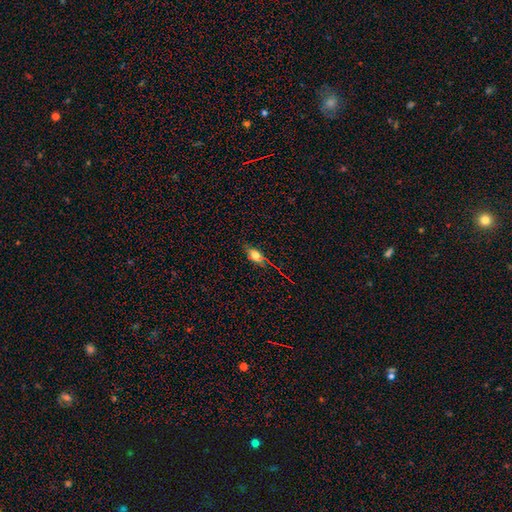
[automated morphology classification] A smooth galaxy with no disk features (67%) that is in between round and cigar-shaped (82%). Merging: none (76%).